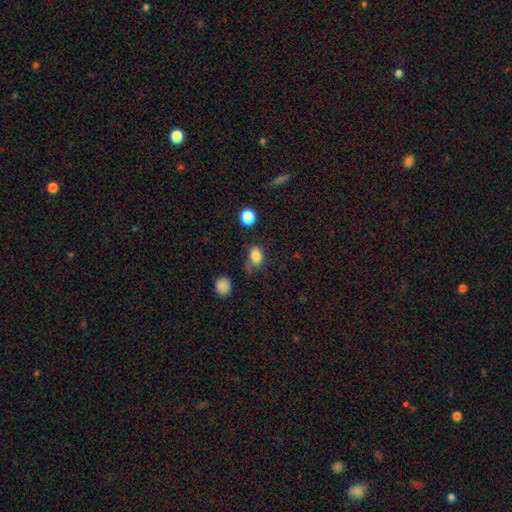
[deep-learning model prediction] Morphology: type=smooth (83%); roundness=in between (67%); merging=none (58%).